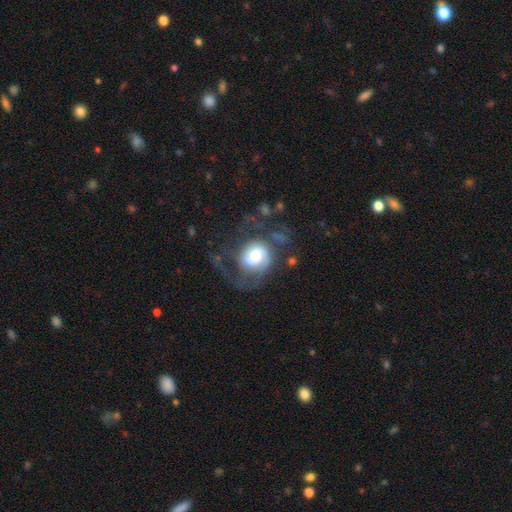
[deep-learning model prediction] This is likely a featured or disk galaxy (63%). It is clearly not viewed edge-on (98%). Bar: likely no (67%). Spiral arm pattern: clearly yes (83%). Spiral arm count: marginally 2 (40%). Spiral winding: marginally medium (41%). Central bulge: marginally moderate (39%). Merging: marginally major disturbance (42%).